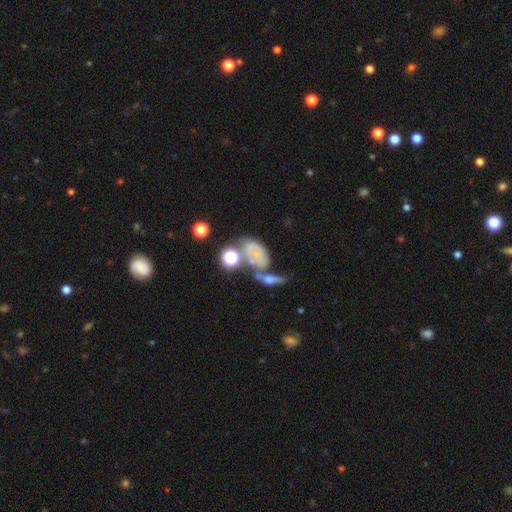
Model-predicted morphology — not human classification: type=featured or disk (43%); merging=merger (33%).